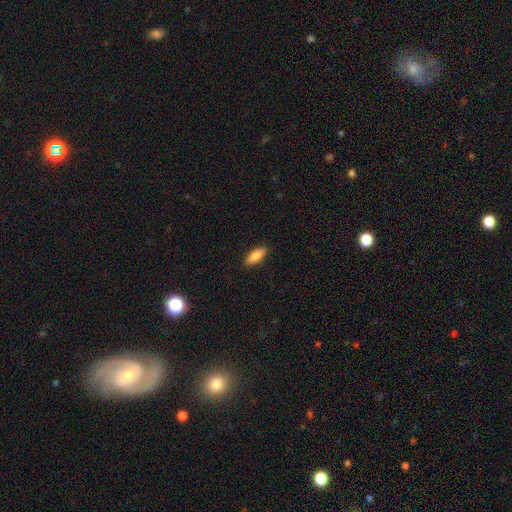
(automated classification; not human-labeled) smooth 82%, featured or disk 12%, star or artifact 6%. Down the decision tree: how rounded — in between (77%); merging — none (90%).